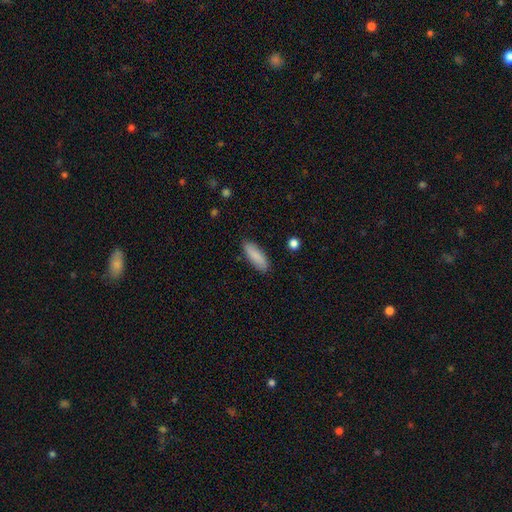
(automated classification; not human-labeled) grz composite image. It shows a smooth galaxy with no disk features (85%) that is in between round and cigar-shaped (53%). Merging: none (85%).